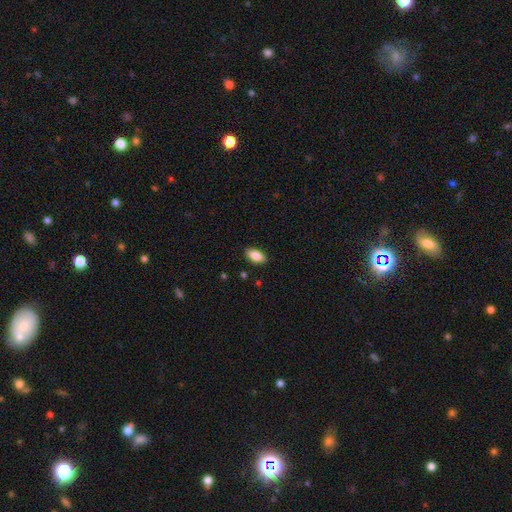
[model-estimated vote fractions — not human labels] The model was most divided on "smooth or featured": smooth: 87%, star or artifact: 7%, featured or disk: 6%. More confident: how rounded — in between (92%); merging — none (88%).